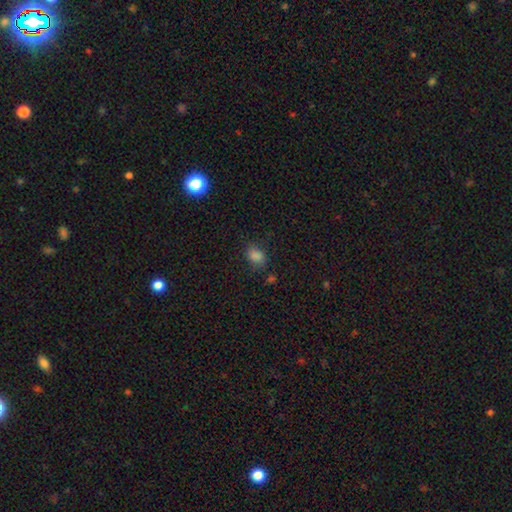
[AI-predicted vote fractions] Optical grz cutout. It shows a smooth galaxy with no disk features (80%) that is in between round and cigar-shaped (71%). Merging: none (75%).